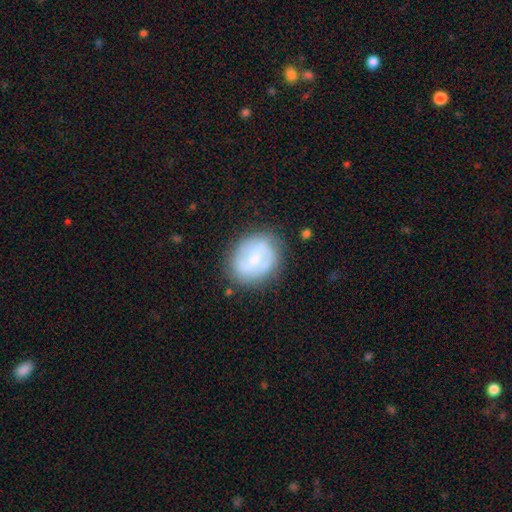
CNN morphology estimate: This is likely a featured or disk galaxy (60%). It is clearly not viewed edge-on (97%). Bar: possibly weak (50%). Spiral arm pattern: likely yes (79%). Central bulge: possibly small (56%). Merging: likely none (76%).